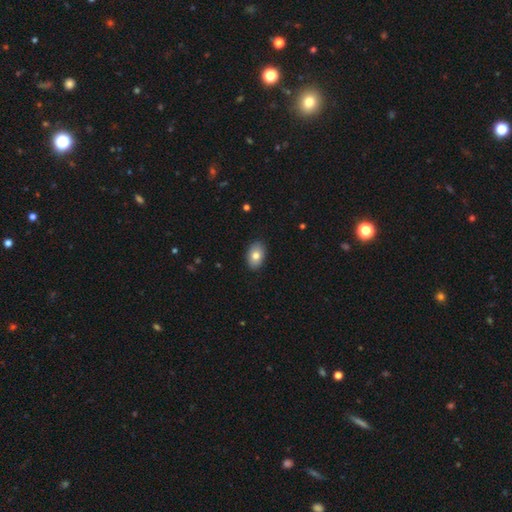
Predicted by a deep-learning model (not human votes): A smooth galaxy with no disk features (79%) that is in between round and cigar-shaped (87%).

Vote fractions:
- Smooth or featured? smooth: 79% / featured or disk: 13% / star or artifact: 7%
- How rounded? in between: 87% / round: 12% / cigar-shaped: 1%
- Merging? none: 89% / minor disturbance: 9% / major disturbance: 2% / merger: 1%